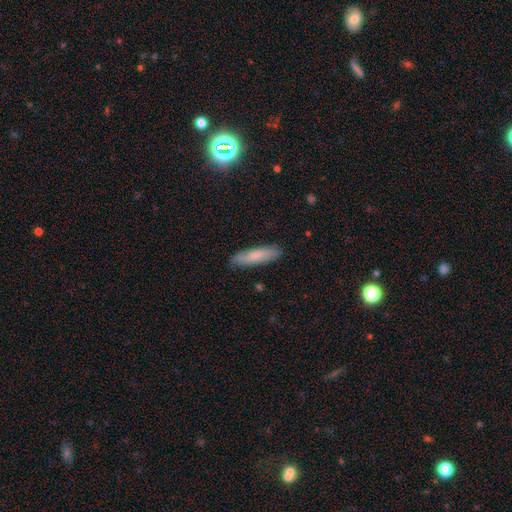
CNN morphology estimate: smooth-or-featured: smooth: 72% | featured or disk: 21% | star or artifact: 6%
  how-rounded: cigar-shaped: 67% | in between: 31% | round: 2%
  merging: none: 86% | minor disturbance: 11% | major disturbance: 2% | merger: 1%